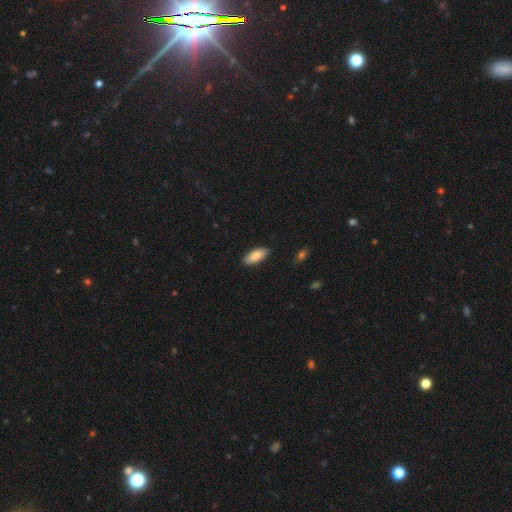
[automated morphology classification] smooth 86%, featured or disk 8%, star or artifact 6%. Down the decision tree: how rounded — in between (84%); merging — none (88%).